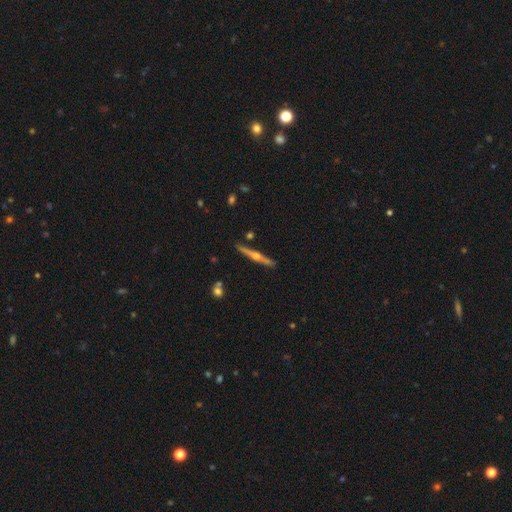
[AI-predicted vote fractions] A featured or disk galaxy (79%) viewed edge-on (98%) with a rounded central bulge (92%). Merging: none (89%).